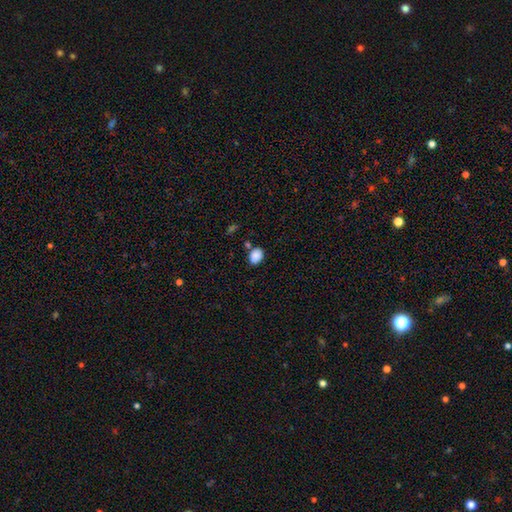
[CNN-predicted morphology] smooth 88%, star or artifact 8%, featured or disk 4%. Down the decision tree: how rounded — in between (73%); merging — none (75%).